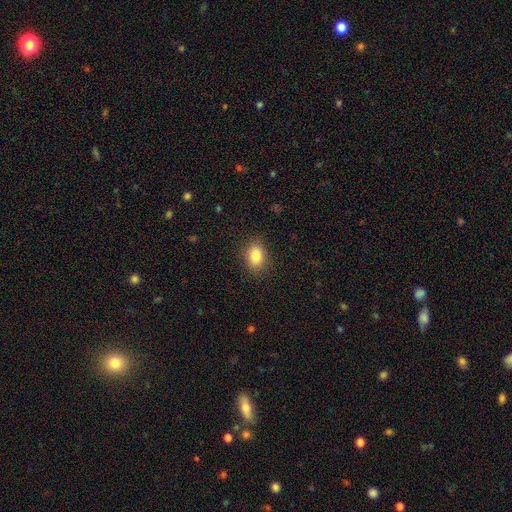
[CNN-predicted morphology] A smooth galaxy with no disk features (84%) that is in between round and cigar-shaped (76%). Merging: none (87%).